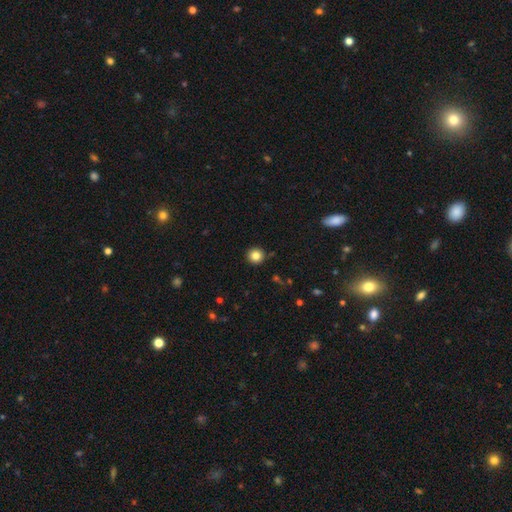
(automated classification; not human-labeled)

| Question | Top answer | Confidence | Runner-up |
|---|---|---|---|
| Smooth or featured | smooth | 84% | star or artifact (11%) |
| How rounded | round | 95% | in between (4%) |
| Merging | none | 91% | minor disturbance (6%) |